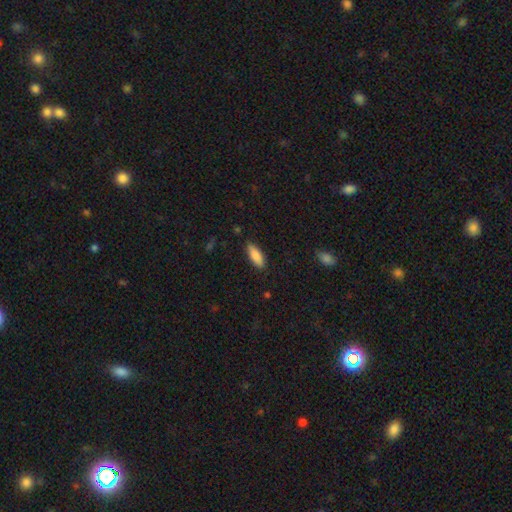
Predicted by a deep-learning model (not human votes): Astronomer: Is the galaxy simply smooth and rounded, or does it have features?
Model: smooth — 86%.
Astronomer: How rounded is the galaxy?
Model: in between — 66%.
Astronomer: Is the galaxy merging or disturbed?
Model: none — 86%.